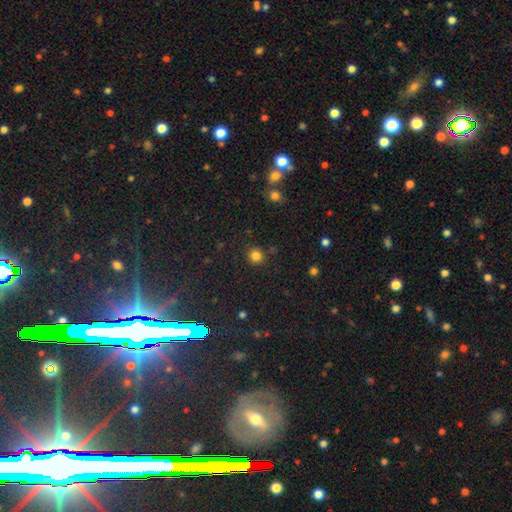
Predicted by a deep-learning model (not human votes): The model was most divided on "smooth or featured": smooth: 83%, star or artifact: 13%, featured or disk: 4%. More confident: how rounded — round (92%); merging — none (87%).